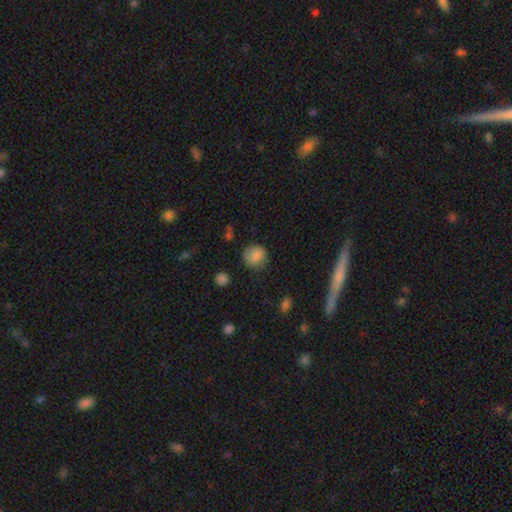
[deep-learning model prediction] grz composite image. It shows a smooth galaxy with no disk features (82%) that is round (82%). Merging: none (72%).